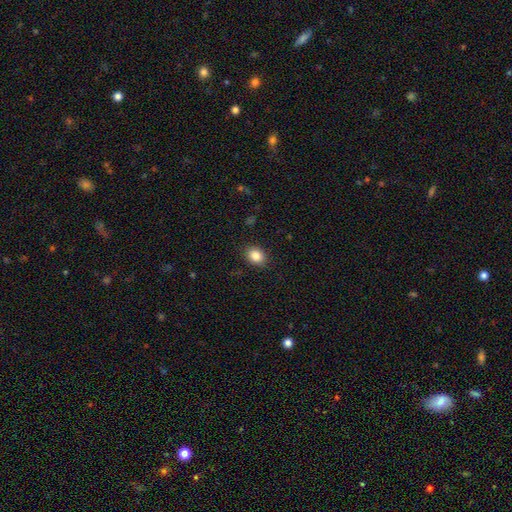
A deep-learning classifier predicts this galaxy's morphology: This is clearly a smooth galaxy (85%). How rounded: possibly in between (59%). Merging: clearly none (89%).